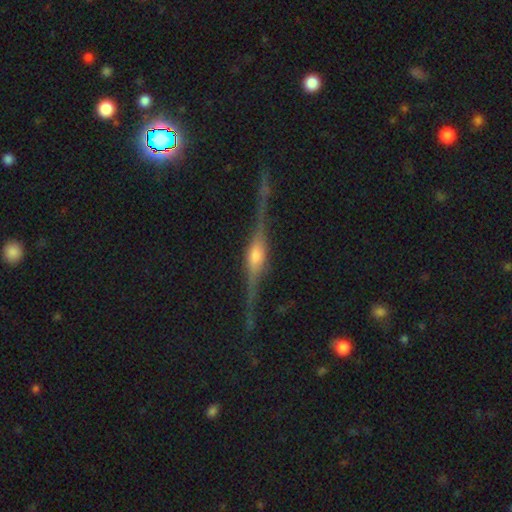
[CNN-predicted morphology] This appears to be a featured or disk galaxy (87%) viewed edge-on (97%) with a rounded central bulge (86%). Merging: none (83%).